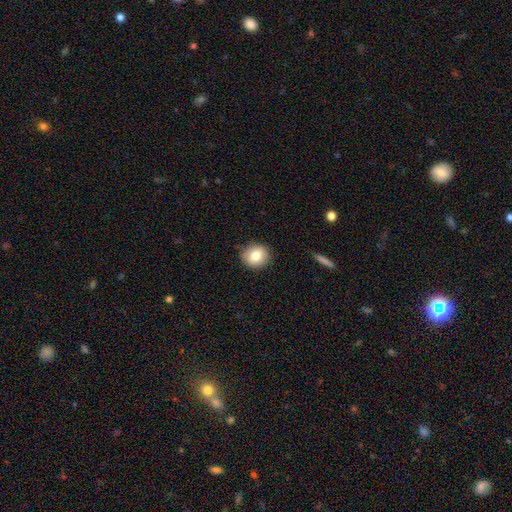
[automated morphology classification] Overall: smooth (79%). How rounded: round (86%). Merging: none (88%).